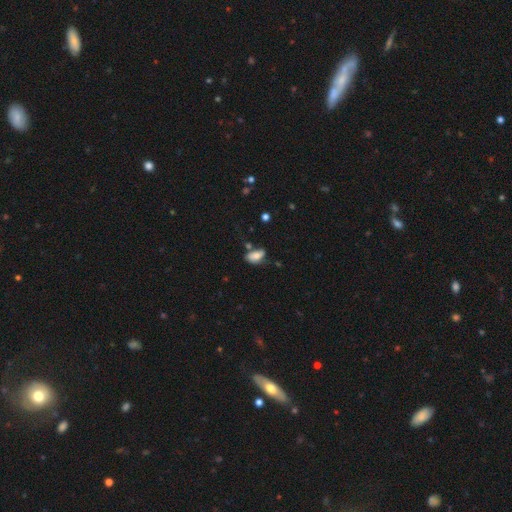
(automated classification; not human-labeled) Smooth or featured? smooth (70%)
How rounded? in between (90%)
Merging? none (43%)